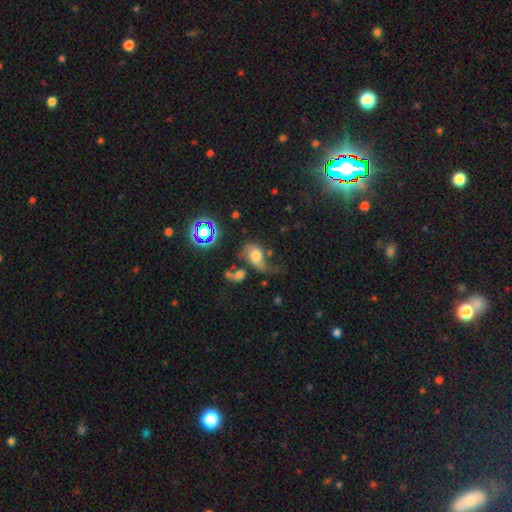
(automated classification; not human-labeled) Smooth or featured? smooth (46%)
Merging? major disturbance (35%)